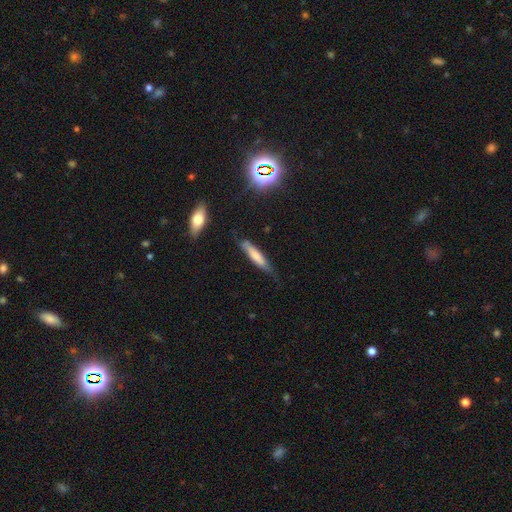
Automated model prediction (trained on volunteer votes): Morphology: type=smooth (63%); roundness=cigar-shaped (84%); merging=none (60%).